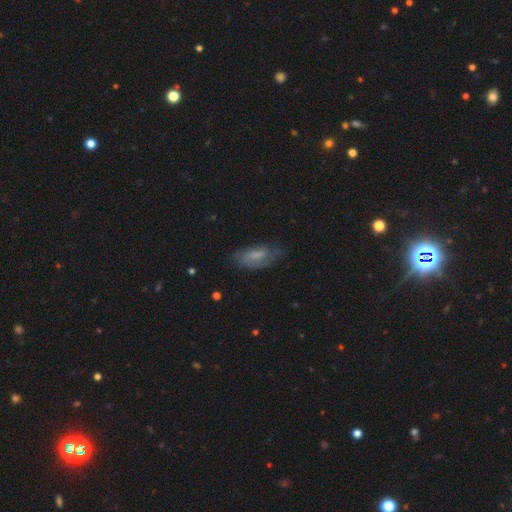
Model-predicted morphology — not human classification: Q: Smooth or featured?
A: smooth (58%); runner-up: featured or disk (33%)
Q: How rounded?
A: in between (78%); runner-up: cigar-shaped (19%)
Q: Merging?
A: none (66%); runner-up: minor disturbance (24%)